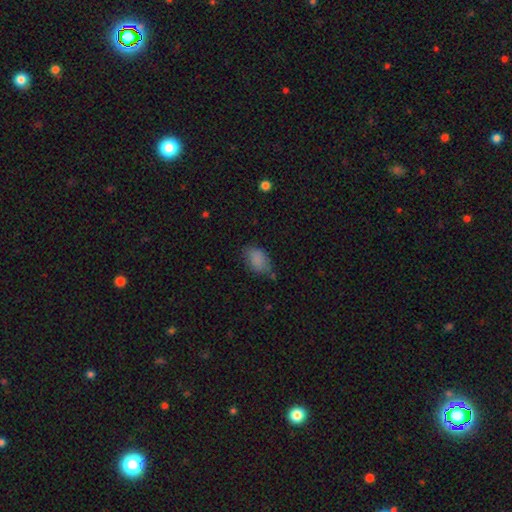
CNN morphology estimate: A smooth galaxy with no disk features (83%) that is in between round and cigar-shaped (87%). Merging: none (65%).